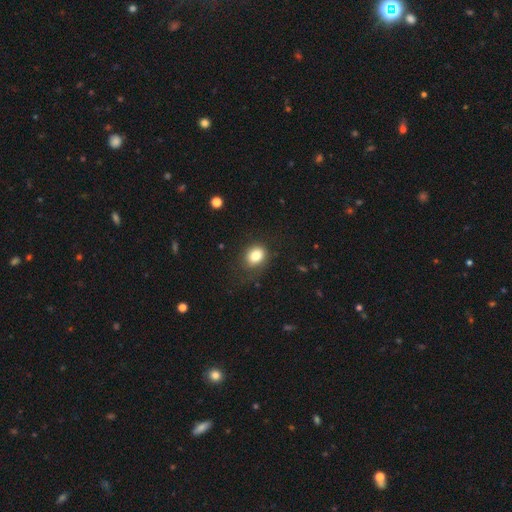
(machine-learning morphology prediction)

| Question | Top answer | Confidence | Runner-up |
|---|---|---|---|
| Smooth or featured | smooth | 82% | star or artifact (9%) |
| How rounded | in between | 53% | round (46%) |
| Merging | none | 70% | minor disturbance (19%) |